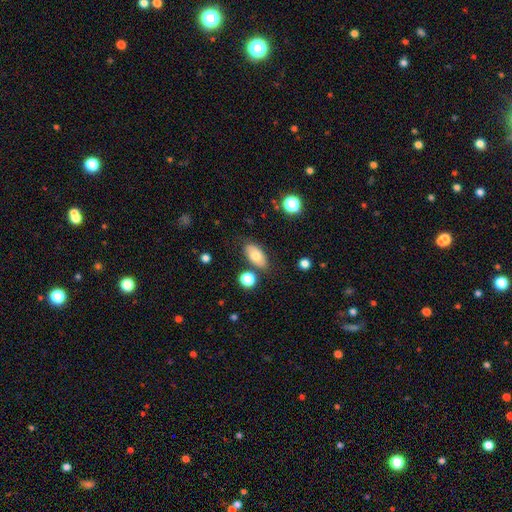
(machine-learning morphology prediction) Smooth or featured?
  - smooth: 71% *
  - featured or disk: 20%
  - star or artifact: 8%
How rounded?
  - in between: 90% *
  - round: 5%
  - cigar-shaped: 4%
Merging?
  - none: 77% *
  - minor disturbance: 13%
  - merger: 6%
  - major disturbance: 4%